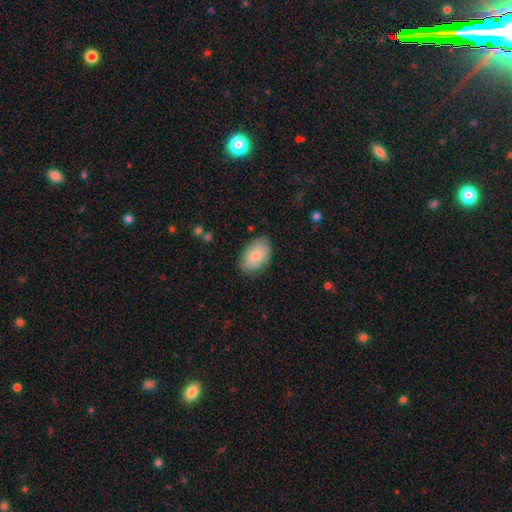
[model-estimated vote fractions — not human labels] Smooth or featured: smooth — 79% (featured or disk — 15%)
How rounded: in between — 92% (round — 7%)
Merging: none — 81% (minor disturbance — 15%)